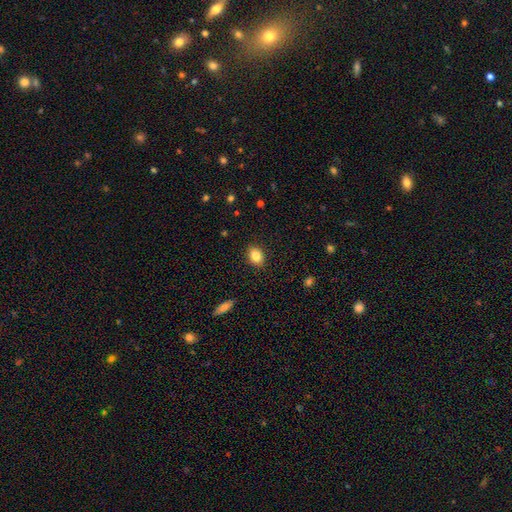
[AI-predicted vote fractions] smooth 84%, star or artifact 9%, featured or disk 7%. Down the decision tree: how rounded — in between (62%); merging — none (89%).